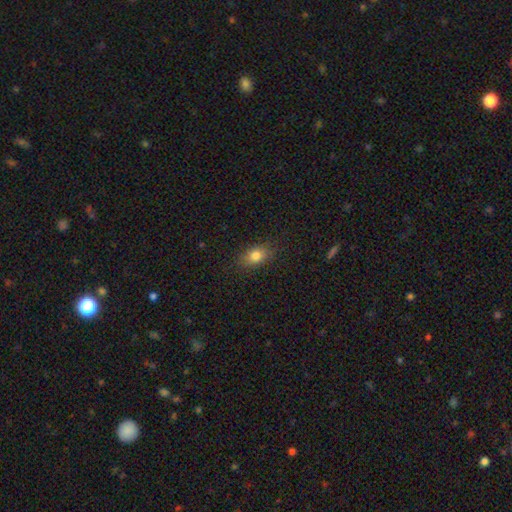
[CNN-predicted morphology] smooth-or-featured: smooth: 80% | star or artifact: 11% | featured or disk: 9%
  how-rounded: in between: 75% | round: 21% | cigar-shaped: 3%
  merging: none: 84% | minor disturbance: 12% | major disturbance: 3% | merger: 1%